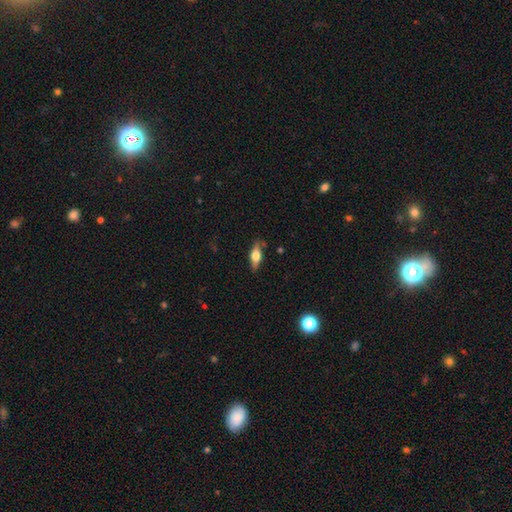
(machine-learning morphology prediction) Smooth or featured? featured or disk (48%)
Merging? none (81%)